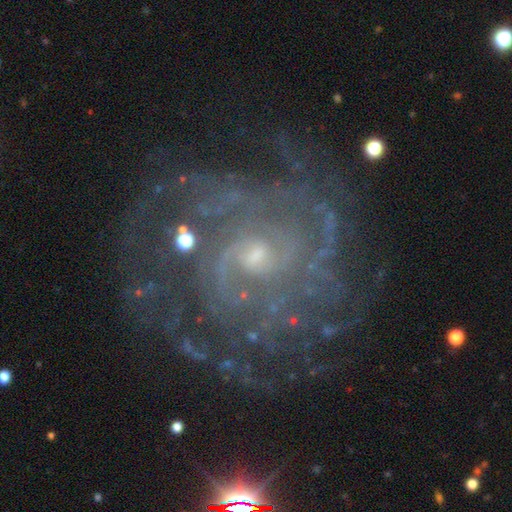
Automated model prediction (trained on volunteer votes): Smooth or featured: featured or disk — 83% (star or artifact — 11%)
Edge-on disk: no — 98% (yes — 2%)
Bar: no — 61% (weak — 31%)
Spiral arms: yes — 94% (no — 6%)
Spiral winding: tight — 67% (medium — 26%)
Spiral arm count: can't tell — 35% (3 — 15%)
Bulge size: small — 76% (moderate — 19%)
Merging: none — 72% (minor disturbance — 15%)